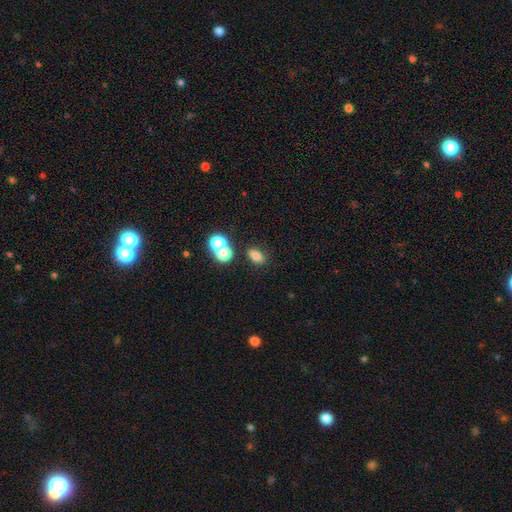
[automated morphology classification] smooth_or_featured: smooth (p=0.75) [alt: star or artifact p=0.16]
how_rounded: in between (p=0.75) [alt: round p=0.23]
merging: none (p=0.74) [alt: merger p=0.13]